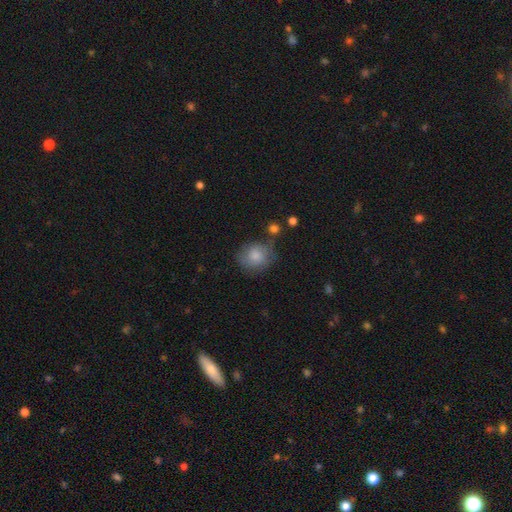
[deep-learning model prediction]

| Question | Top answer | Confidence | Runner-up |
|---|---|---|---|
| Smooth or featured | smooth | 78% | featured or disk (15%) |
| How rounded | round | 76% | in between (23%) |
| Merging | none | 62% | minor disturbance (24%) |